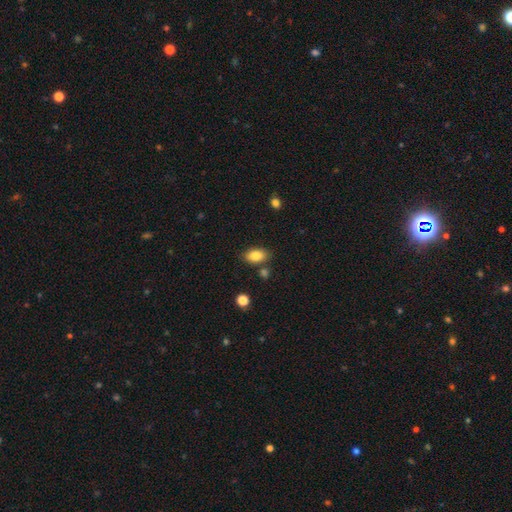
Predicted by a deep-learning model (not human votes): Smooth or featured?
  - smooth: 85% *
  - star or artifact: 8%
  - featured or disk: 7%
How rounded?
  - in between: 90% *
  - round: 8%
  - cigar-shaped: 2%
Merging?
  - none: 78% *
  - minor disturbance: 12%
  - merger: 6%
  - major disturbance: 3%